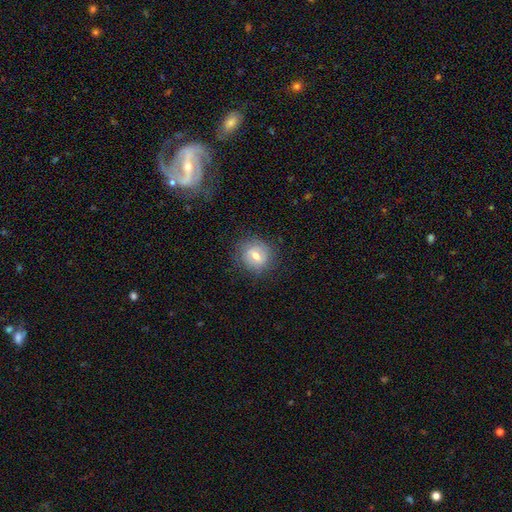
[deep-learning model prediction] This appears to be a smooth galaxy with no disk features (54%) that is round (81%). Merging: none (80%).